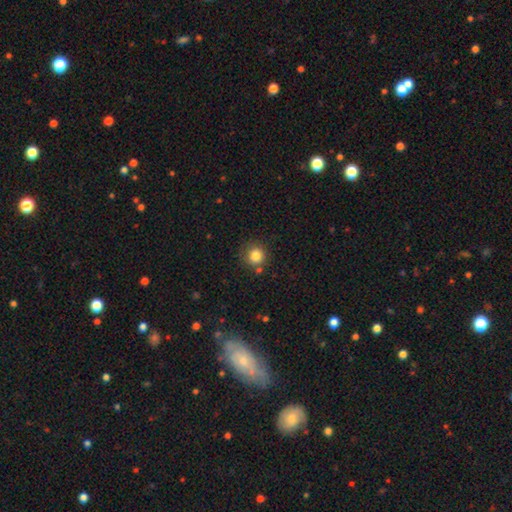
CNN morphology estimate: The model was most divided on "merging": none: 80%, minor disturbance: 11%, merger: 6%, major disturbance: 3%. More confident: how rounded — round (92%); smooth or featured — smooth (83%).